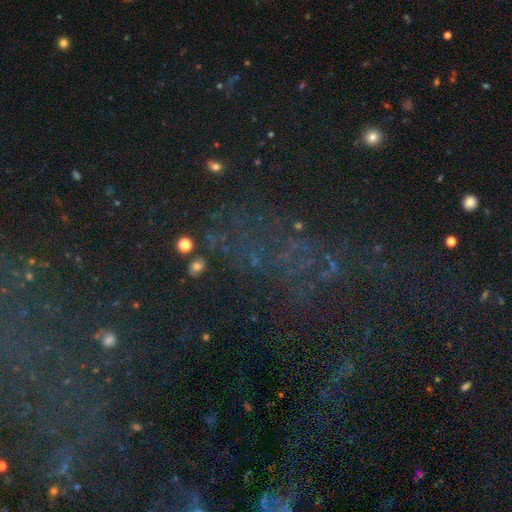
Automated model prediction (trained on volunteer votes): smooth_or_featured: star or artifact (p=0.58) [alt: smooth p=0.22]